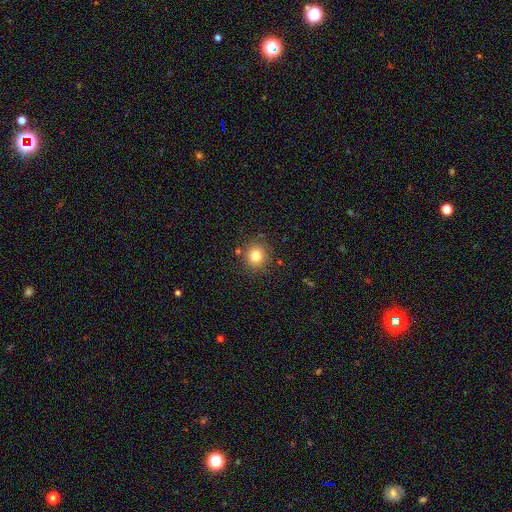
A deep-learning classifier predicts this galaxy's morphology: A smooth galaxy with no disk features (80%) that is round (88%). Merging: none (85%).